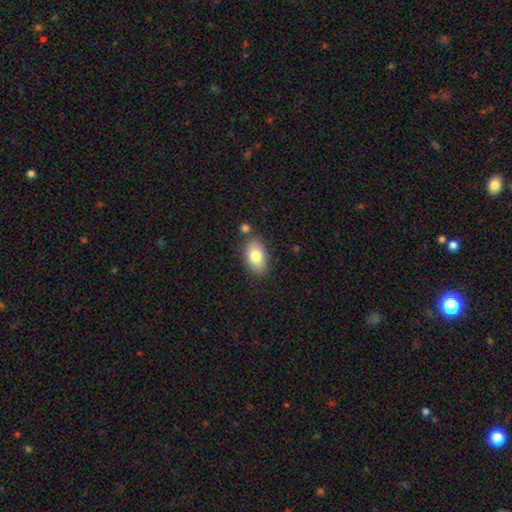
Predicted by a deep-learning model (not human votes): Q: Smooth or featured?
A: smooth (80%); runner-up: featured or disk (13%)
Q: How rounded?
A: in between (90%); runner-up: round (8%)
Q: Merging?
A: none (78%); runner-up: minor disturbance (12%)